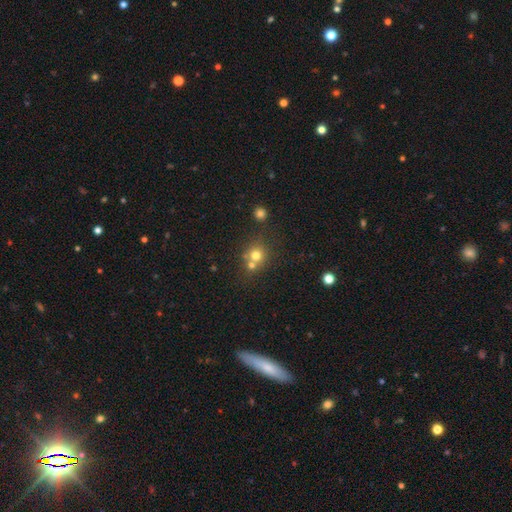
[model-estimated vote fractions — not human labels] Smooth or featured?
  - smooth: 71% *
  - star or artifact: 17%
  - featured or disk: 12%
How rounded?
  - round: 86% *
  - in between: 13%
  - cigar-shaped: 1%
Merging?
  - none: 54% *
  - merger: 34%
  - minor disturbance: 8%
  - major disturbance: 3%